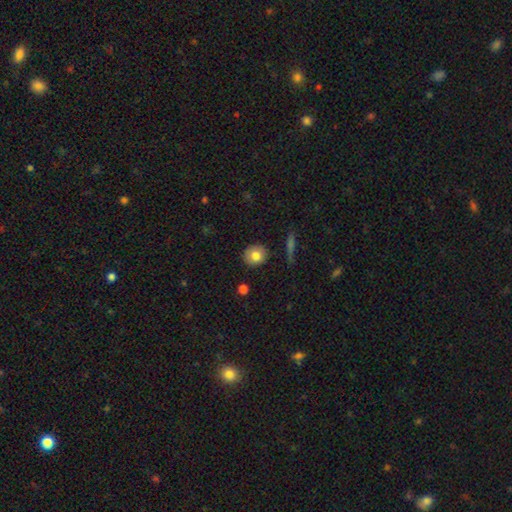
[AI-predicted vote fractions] smooth-or-featured: smooth: 80% | featured or disk: 12% | star or artifact: 8%
  how-rounded: round: 81% | in between: 18% | cigar-shaped: 1%
  merging: none: 86% | minor disturbance: 10% | major disturbance: 2% | merger: 2%